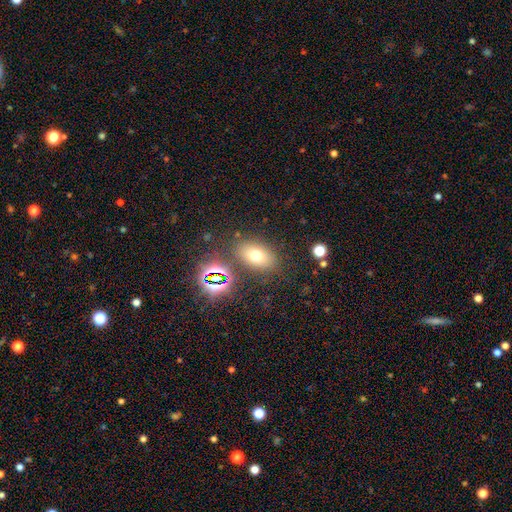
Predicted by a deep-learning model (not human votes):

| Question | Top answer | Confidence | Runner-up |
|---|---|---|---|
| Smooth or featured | smooth | 65% | star or artifact (21%) |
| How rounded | in between | 81% | round (16%) |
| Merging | none | 81% | minor disturbance (10%) |